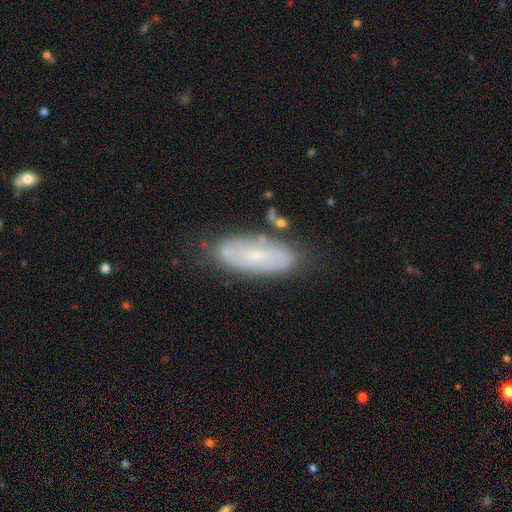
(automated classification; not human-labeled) Overall: featured or disk (55%; smooth 37%). Edge-on disk: no (87%). Merging: none (71%).